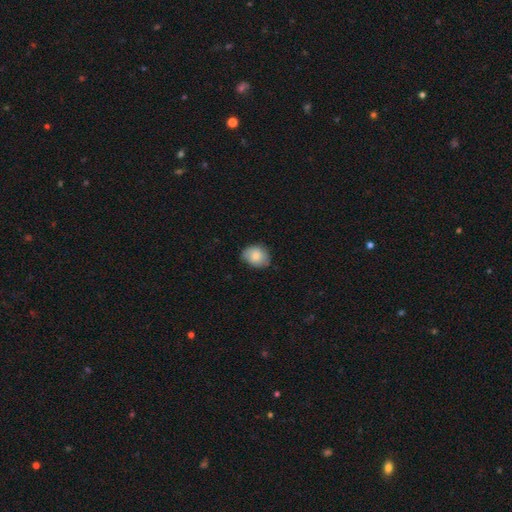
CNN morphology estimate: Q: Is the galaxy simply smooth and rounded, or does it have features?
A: smooth — 82%.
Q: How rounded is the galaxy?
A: in between — 53%.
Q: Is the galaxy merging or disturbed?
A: none — 70%.